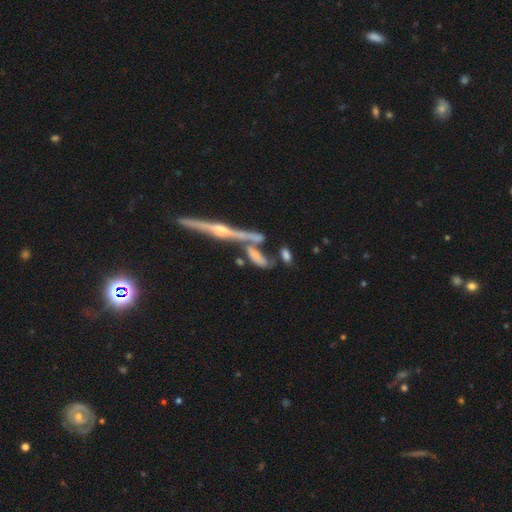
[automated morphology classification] Smooth or featured?
  - smooth: 48% *
  - featured or disk: 42%
  - star or artifact: 10%
Merging?
  - merger: 39% *
  - none: 38%
  - minor disturbance: 15%
  - major disturbance: 8%